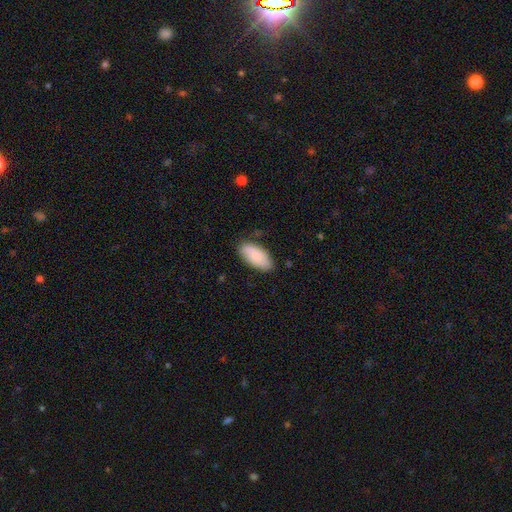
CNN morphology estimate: smooth-or-featured: smooth: 84% | featured or disk: 11% | star or artifact: 6%
  how-rounded: in between: 92% | cigar-shaped: 6% | round: 2%
  merging: none: 81% | minor disturbance: 15% | major disturbance: 3% | merger: 1%